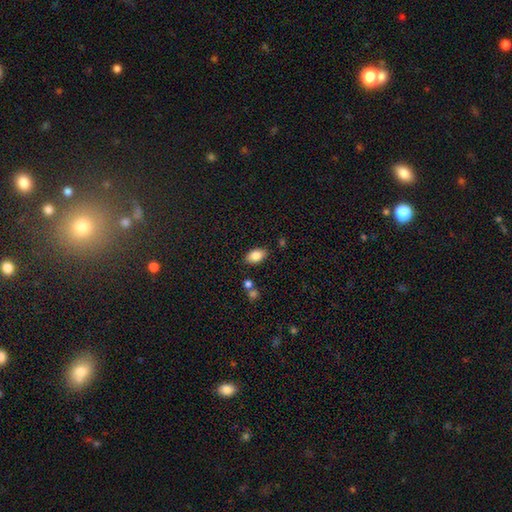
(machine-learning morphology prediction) Smooth or featured: smooth — 84% (star or artifact — 8%)
How rounded: in between — 91% (round — 8%)
Merging: none — 83% (minor disturbance — 10%)